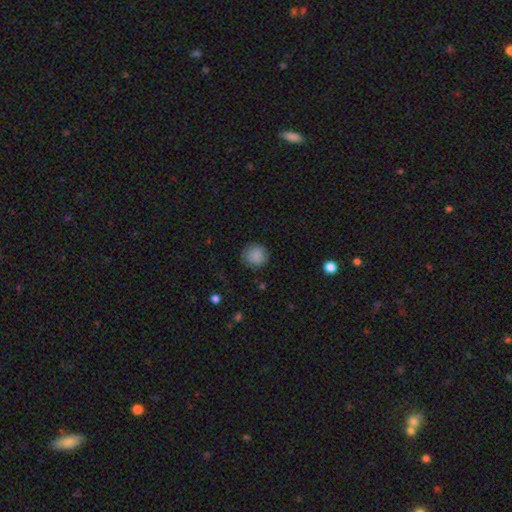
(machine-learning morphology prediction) This is clearly a smooth galaxy (86%). How rounded: clearly round (91%). Merging: clearly none (85%).